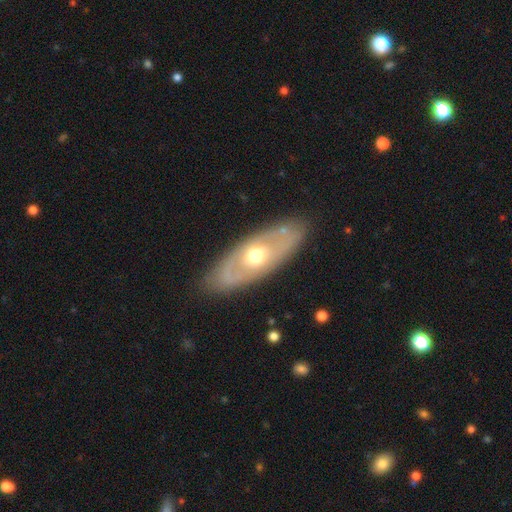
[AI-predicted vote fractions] featured or disk 61%, smooth 34%, star or artifact 5%. Down the decision tree: edge-on disk — no (79%); merging — none (84%).